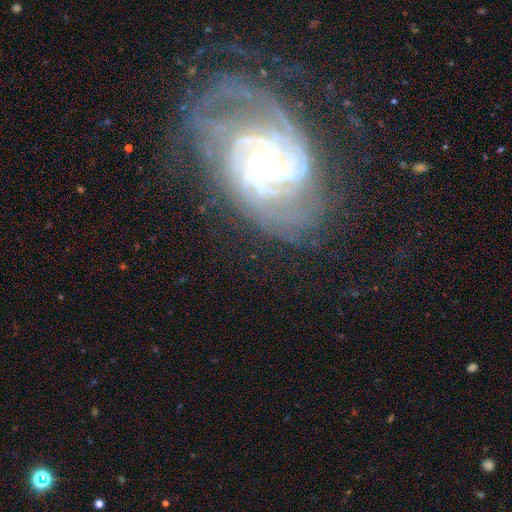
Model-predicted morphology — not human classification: Smooth or featured: featured or disk — 87% (star or artifact — 8%)
Edge-on disk: no — 97% (yes — 3%)
Bar: weak — 44% (strong — 28%)
Spiral arms: yes — 97% (no — 3%)
Spiral winding: tight — 60% (medium — 33%)
Spiral arm count: 2 — 34% (can't tell — 20%)
Bulge size: small — 57% (moderate — 31%)
Merging: none — 66% (minor disturbance — 18%)